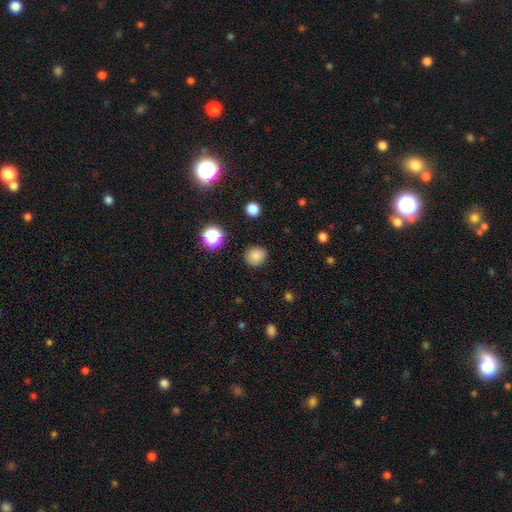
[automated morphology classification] smooth 82%, star or artifact 13%, featured or disk 5%. Down the decision tree: how rounded — round (74%); merging — none (87%).